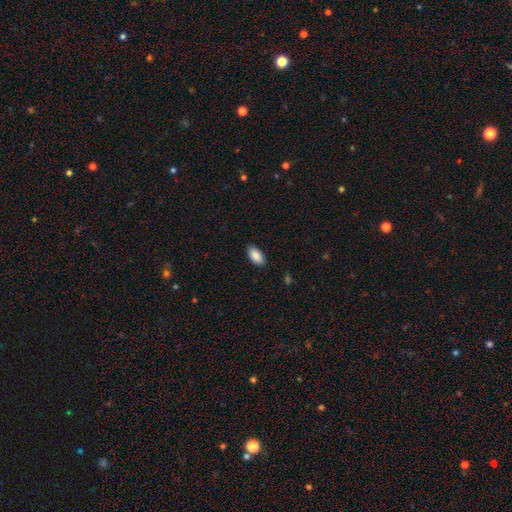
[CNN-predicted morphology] type=smooth (89%); roundness=in between (94%); merging=none (87%).